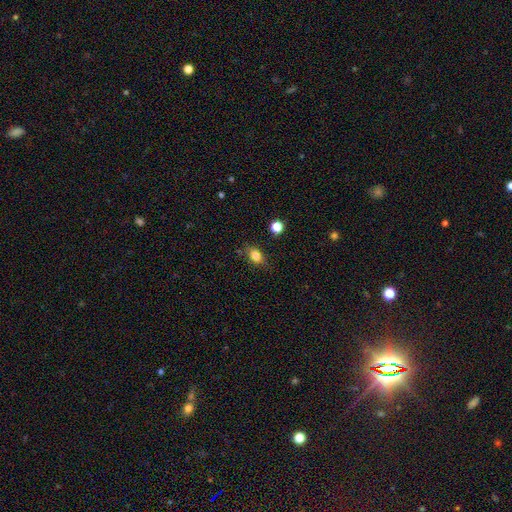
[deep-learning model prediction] A smooth galaxy with no disk features (82%) that is in between round and cigar-shaped (71%). Merging: none (77%).